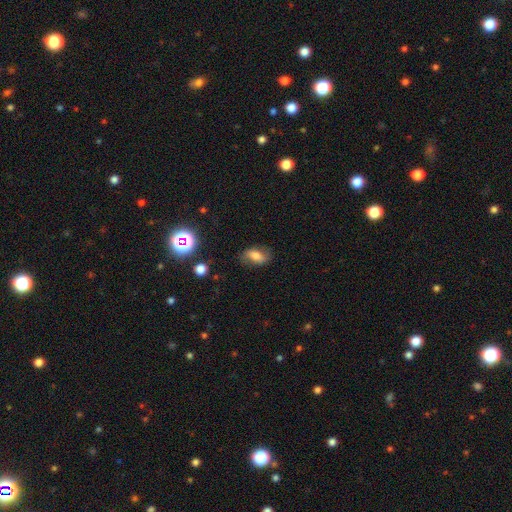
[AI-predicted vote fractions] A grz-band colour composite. It shows a smooth galaxy with no disk features (61%) that is in between round and cigar-shaped (84%). Merging: none (73%).